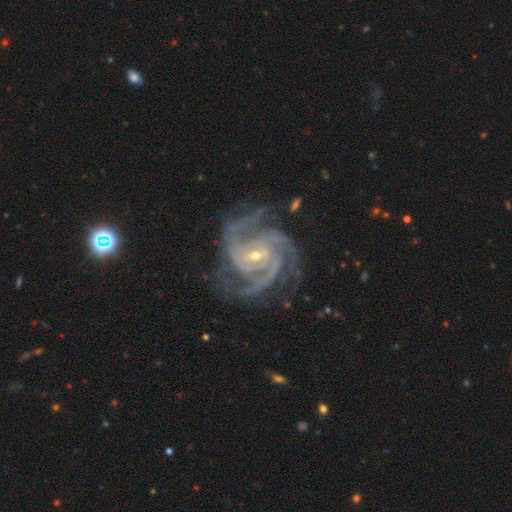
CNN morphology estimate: type=featured or disk (94%); edge-on=no (98%); bar=weak (44%); spiral arms=yes (99%); winding=tight (57%); arm count=3 (40%); bulge=small (63%); merging=none (70%).